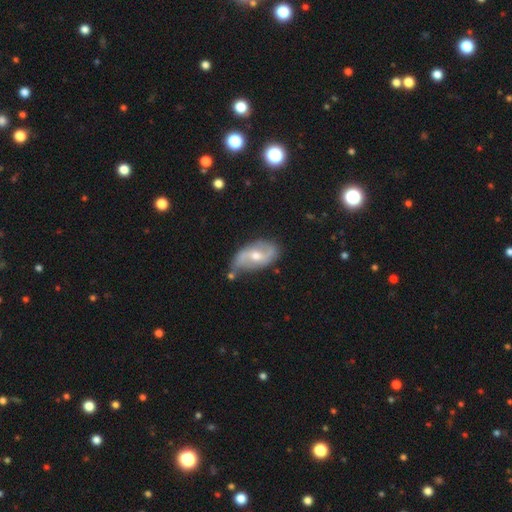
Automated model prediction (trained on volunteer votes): A featured or disk galaxy (71%) with a weak bar (45%), 2 (84%) loose (52%) spiral arms (84%) and a moderate central bulge (59%).

Vote fractions:
- Smooth or featured? featured or disk: 71% / smooth: 22% / star or artifact: 7%
- Edge-on disk? no: 94% / yes: 6%
- Bar? weak: 45% / no: 39% / strong: 17%
- Spiral arms? yes: 84% / no: 16%
- Spiral winding? loose: 52% / medium: 33% / tight: 15%
- Spiral arm count? 2: 84% / can't tell: 9% / 1: 3% / 3: 1% / 4: 1% / more than 4: 1%
- Bulge size? moderate: 59% / small: 37% / large: 2% / none: 1% / dominant: 1%
- Merging? none: 61% / minor disturbance: 26% / major disturbance: 7% / merger: 6%